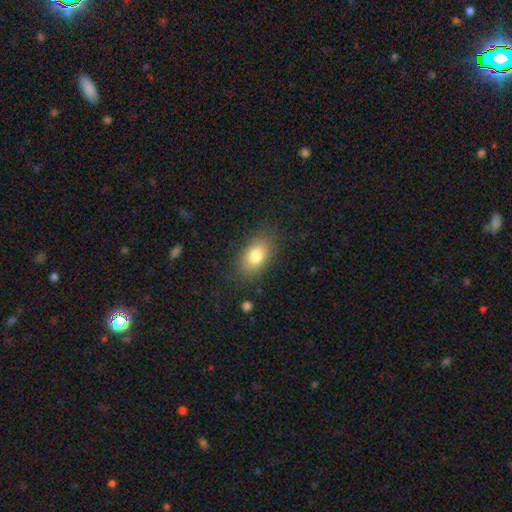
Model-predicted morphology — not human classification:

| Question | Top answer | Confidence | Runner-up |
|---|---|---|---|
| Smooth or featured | smooth | 80% | featured or disk (12%) |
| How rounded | in between | 88% | round (10%) |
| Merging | none | 82% | minor disturbance (12%) |